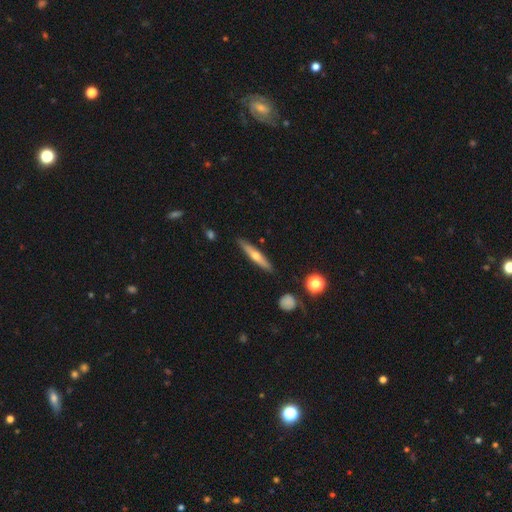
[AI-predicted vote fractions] A featured or disk galaxy (56%) viewed edge-on (94%) with a rounded central bulge (86%). Merging: none (89%).